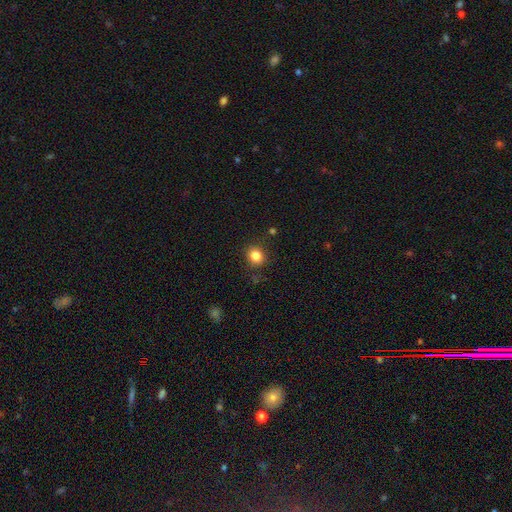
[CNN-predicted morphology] smooth_or_featured: smooth (p=0.84) [alt: star or artifact p=0.11]
how_rounded: round (p=0.74) [alt: in between p=0.25]
merging: none (p=0.86) [alt: minor disturbance p=0.09]